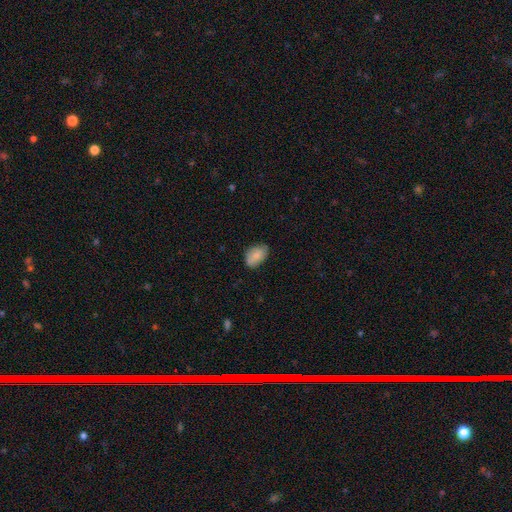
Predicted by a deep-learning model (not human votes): Smooth or featured? Predicted: smooth (p=0.82). How rounded? Predicted: in between (p=0.87). Merging? Predicted: none (p=0.67).